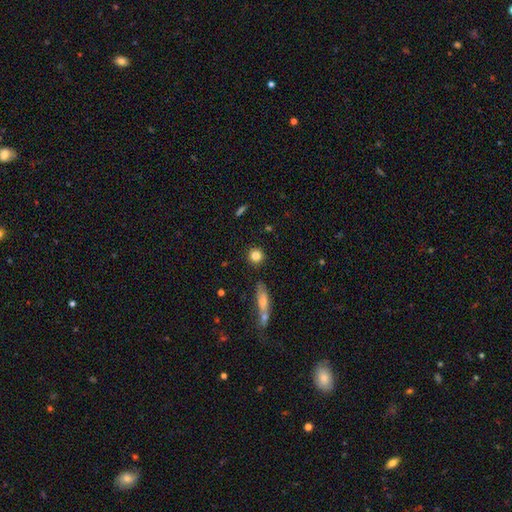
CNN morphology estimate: smooth 83%, star or artifact 10%, featured or disk 8%. Down the decision tree: how rounded — round (90%); merging — none (87%).